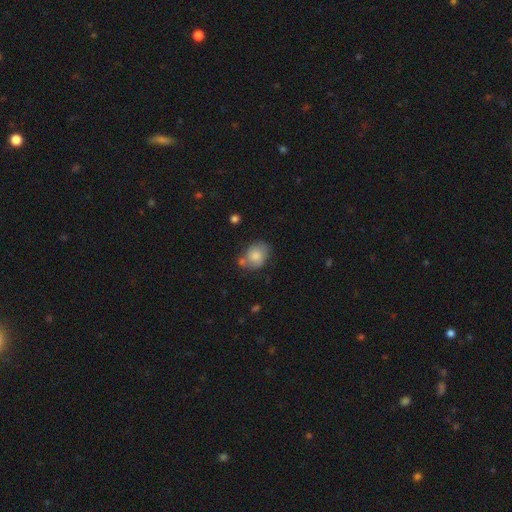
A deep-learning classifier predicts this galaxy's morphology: Overall: smooth (76%). How rounded: in between (54%; round 45%). Merging: none (55%; minor disturbance 22%).